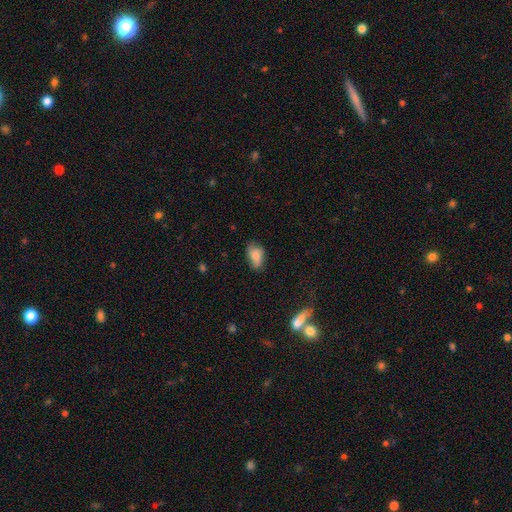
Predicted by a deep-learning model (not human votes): Overall: smooth (73%). How rounded: in between (89%). Merging: none (59%; minor disturbance 30%).